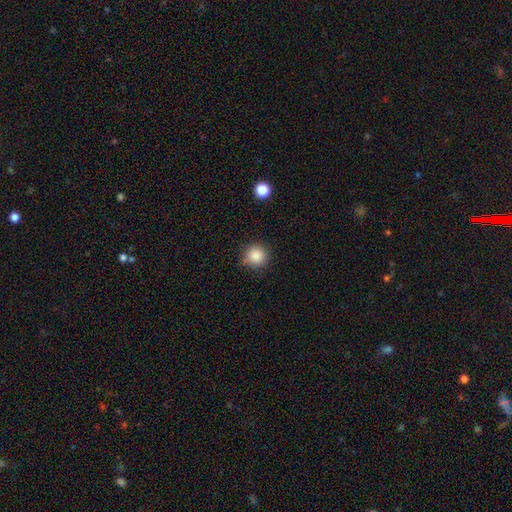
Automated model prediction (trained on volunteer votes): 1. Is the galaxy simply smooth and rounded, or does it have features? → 86% smooth, 10% star or artifact, 4% featured or disk.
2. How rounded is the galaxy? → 93% round, 6% in between, 1% cigar-shaped.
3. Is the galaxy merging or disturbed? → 85% none, 10% minor disturbance, 3% major disturbance, 2% merger.